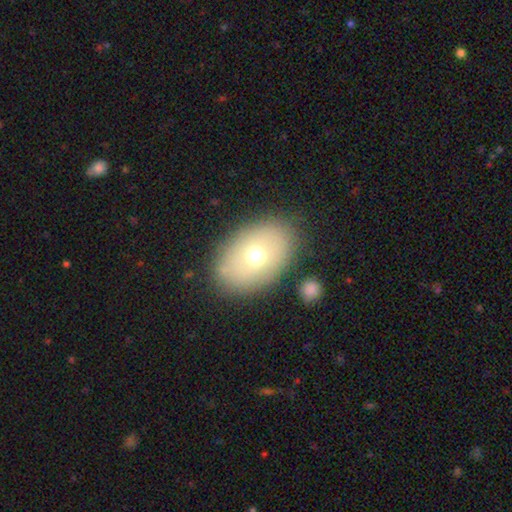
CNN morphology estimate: The model was most divided on "smooth or featured": smooth: 66%, featured or disk: 24%, star or artifact: 11%. More confident: merging — none (82%); how rounded — in between (82%).